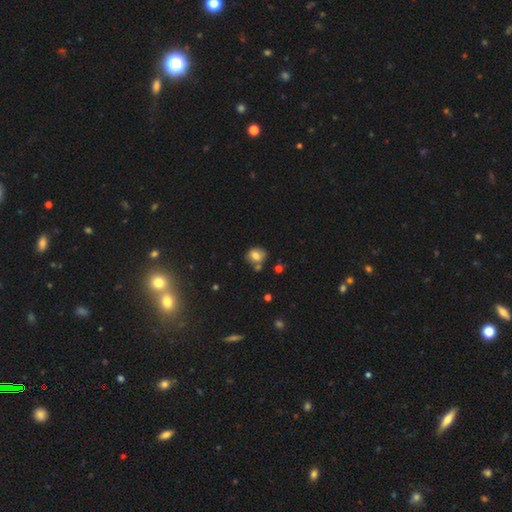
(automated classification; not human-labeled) Smooth or featured?
  - smooth: 75% *
  - featured or disk: 14%
  - star or artifact: 11%
How rounded?
  - round: 66% *
  - in between: 33%
  - cigar-shaped: 1%
Merging?
  - none: 66% *
  - minor disturbance: 16%
  - merger: 14%
  - major disturbance: 4%